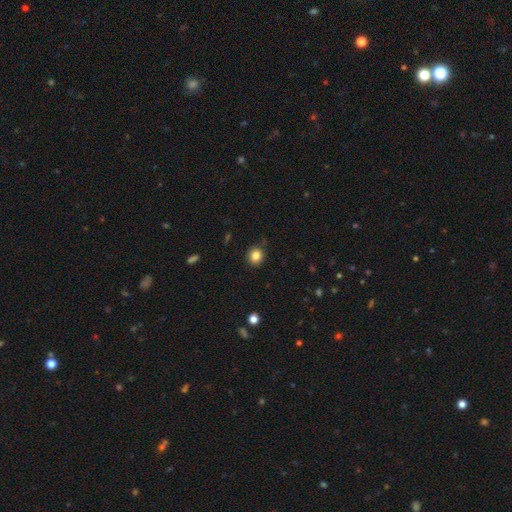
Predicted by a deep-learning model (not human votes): Overall: smooth (84%). How rounded: round (82%). Merging: none (89%).